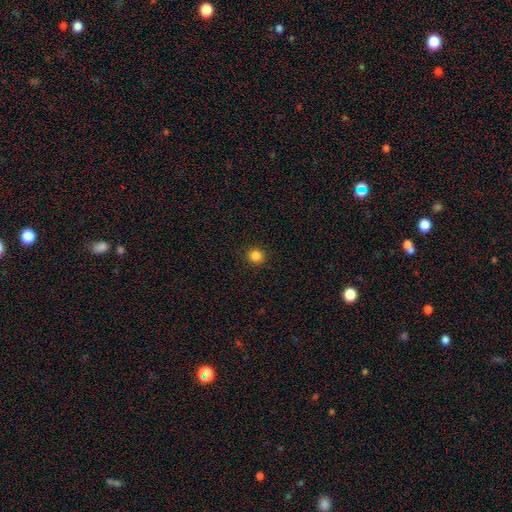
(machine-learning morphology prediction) This appears to be a smooth galaxy with no disk features (84%) that is round (92%). Merging: none (92%).